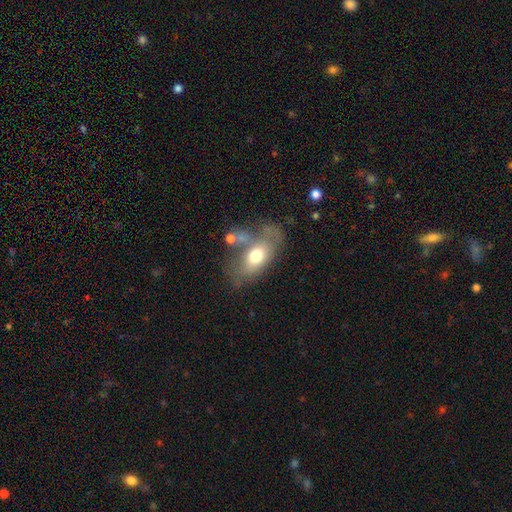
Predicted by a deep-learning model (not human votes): Smooth or featured: smooth — 63% (featured or disk — 29%)
How rounded: in between — 86% (round — 9%)
Merging: none — 34% (major disturbance — 23%)